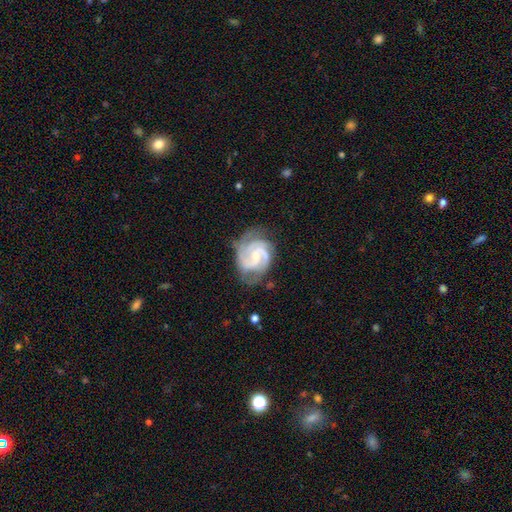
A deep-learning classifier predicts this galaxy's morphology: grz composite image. It shows a featured or disk galaxy (90%) with a weak bar (49%), 2 (45%) tight (48%) spiral arms (98%) and a small central bulge (60%). Merging: none (68%).